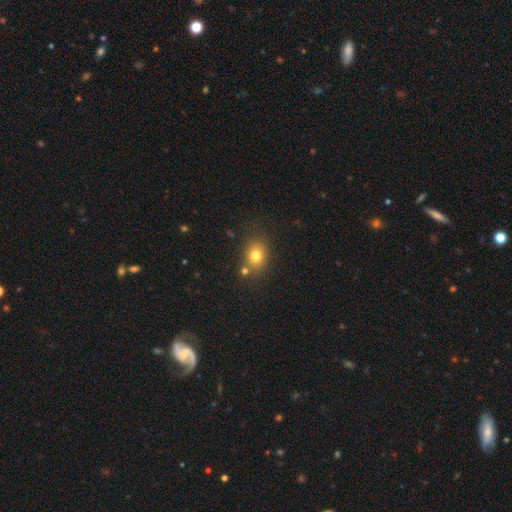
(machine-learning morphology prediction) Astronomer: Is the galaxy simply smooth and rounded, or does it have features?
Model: smooth — 76%.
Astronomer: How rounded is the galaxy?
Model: in between — 54% (runner-up: round, 45%).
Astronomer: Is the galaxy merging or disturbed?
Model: none — 73%.